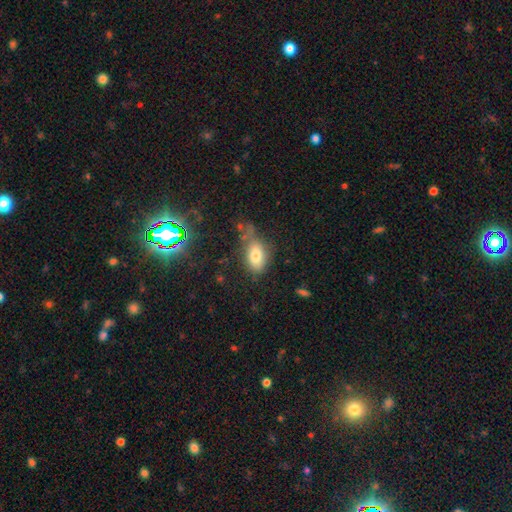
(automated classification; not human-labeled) smooth-or-featured: smooth: 77% | featured or disk: 13% | star or artifact: 10%
  how-rounded: in between: 87% | round: 10% | cigar-shaped: 4%
  merging: none: 51% | minor disturbance: 27% | major disturbance: 14% | merger: 9%